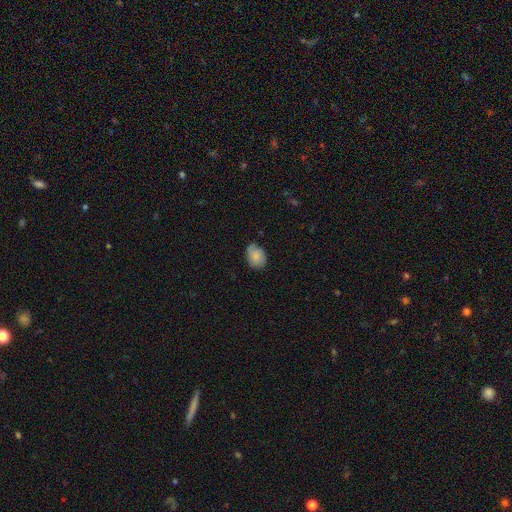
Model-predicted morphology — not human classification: Smooth or featured: smooth — 79% (featured or disk — 14%)
How rounded: in between — 75% (round — 24%)
Merging: none — 66% (minor disturbance — 28%)